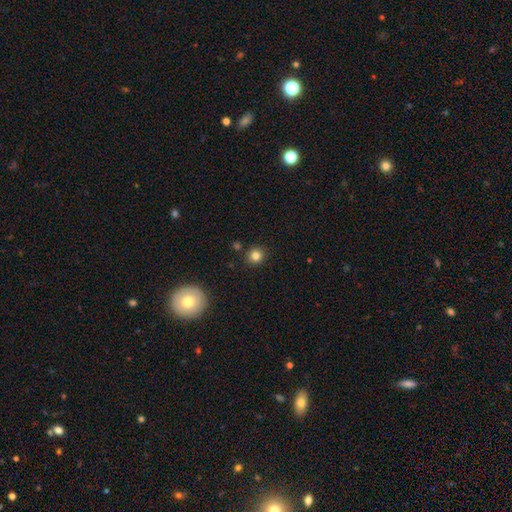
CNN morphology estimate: smooth-or-featured: smooth: 82% | star or artifact: 12% | featured or disk: 6%
  how-rounded: round: 89% | in between: 10% | cigar-shaped: 1%
  merging: none: 87% | minor disturbance: 7% | merger: 4% | major disturbance: 2%